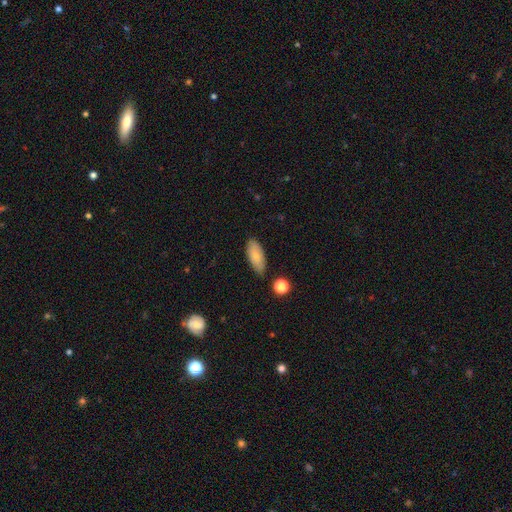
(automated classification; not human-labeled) Morphology: type=smooth (80%); roundness=in between (86%); merging=none (78%).